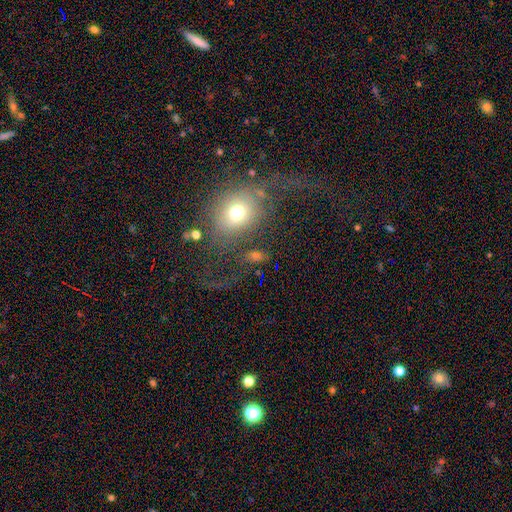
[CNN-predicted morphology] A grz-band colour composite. It shows a smooth galaxy with no disk features (54%) that is round (56%). Merging: major disturbance (40%).